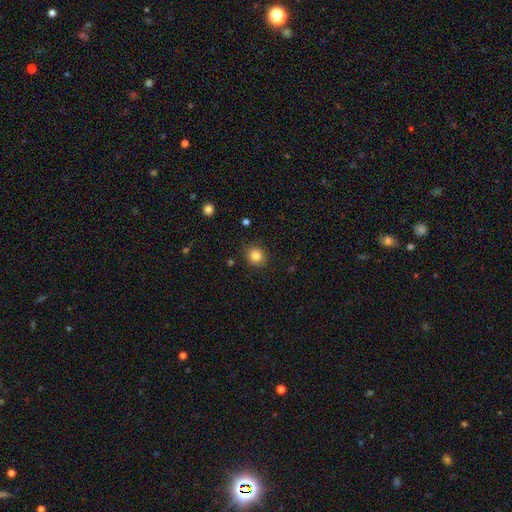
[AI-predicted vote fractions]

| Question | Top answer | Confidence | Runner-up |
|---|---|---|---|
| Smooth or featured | smooth | 84% | star or artifact (11%) |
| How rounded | round | 83% | in between (16%) |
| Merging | none | 88% | minor disturbance (9%) |